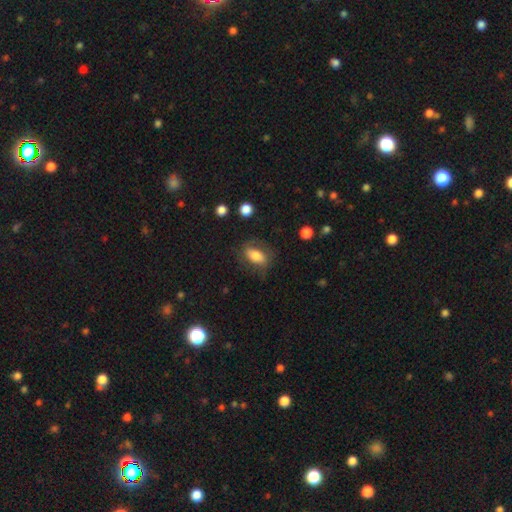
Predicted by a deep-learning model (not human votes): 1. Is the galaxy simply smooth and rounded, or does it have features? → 67% smooth, 25% featured or disk, 8% star or artifact.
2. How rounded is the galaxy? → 85% in between, 10% round, 4% cigar-shaped.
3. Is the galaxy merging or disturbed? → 64% none, 20% minor disturbance, 14% major disturbance, 2% merger.